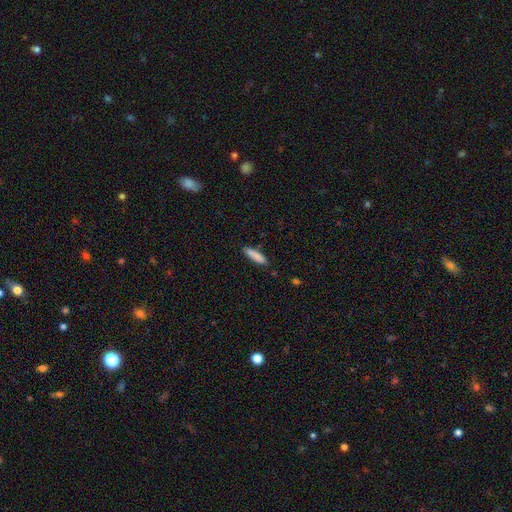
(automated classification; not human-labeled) This is clearly a smooth galaxy (86%). How rounded: likely cigar-shaped (75%). Merging: clearly none (85%).